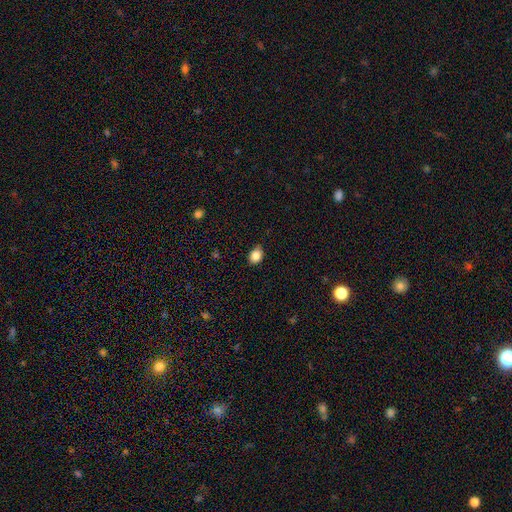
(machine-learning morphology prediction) type=smooth (85%); roundness=in between (60%); merging=none (77%).